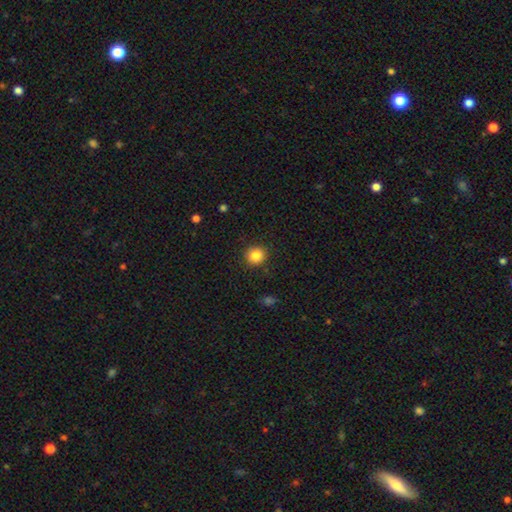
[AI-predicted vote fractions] The model was most divided on "smooth or featured": smooth: 85%, star or artifact: 10%, featured or disk: 5%. More confident: merging — none (91%); how rounded — round (89%).